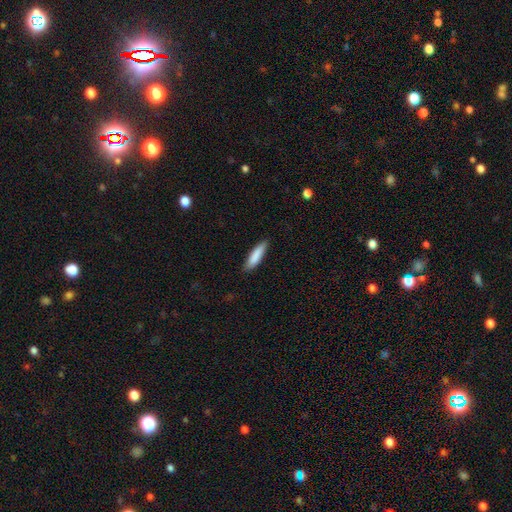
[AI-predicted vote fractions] Smooth or featured?
  - smooth: 87% *
  - featured or disk: 8%
  - star or artifact: 6%
How rounded?
  - cigar-shaped: 74% *
  - in between: 25%
  - round: 1%
Merging?
  - none: 86% *
  - minor disturbance: 11%
  - major disturbance: 2%
  - merger: 1%